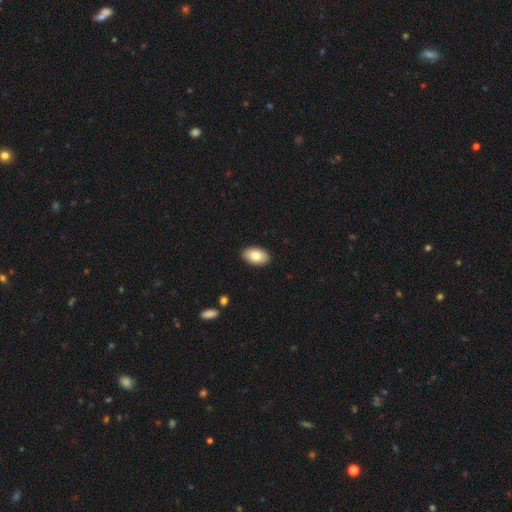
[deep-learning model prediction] Smooth or featured: smooth — 81% (featured or disk — 13%)
How rounded: in between — 94% (round — 5%)
Merging: none — 90% (minor disturbance — 7%)